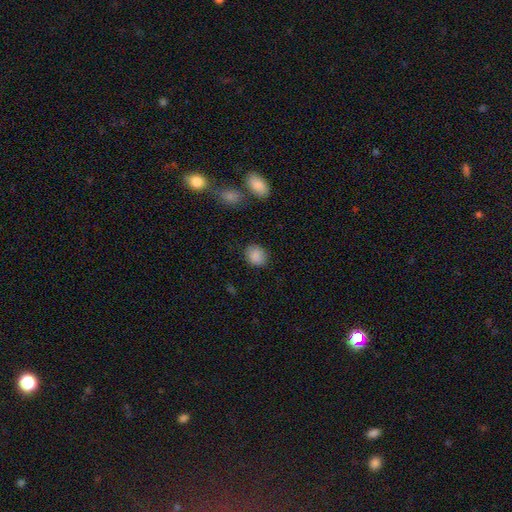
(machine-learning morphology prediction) A smooth galaxy with no disk features (87%) that is round (62%).

Vote fractions:
- Smooth or featured? smooth: 87% / star or artifact: 8% / featured or disk: 4%
- How rounded? round: 62% / in between: 37% / cigar-shaped: 1%
- Merging? none: 83% / minor disturbance: 12% / major disturbance: 3% / merger: 2%